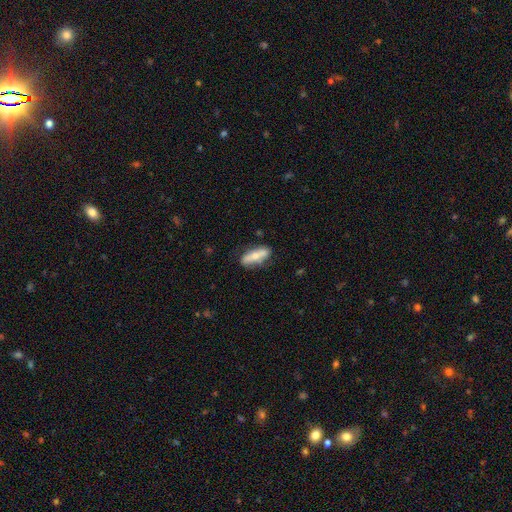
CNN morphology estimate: This is possibly a smooth galaxy (54%). How rounded: possibly in between (51%). Merging: likely none (71%).